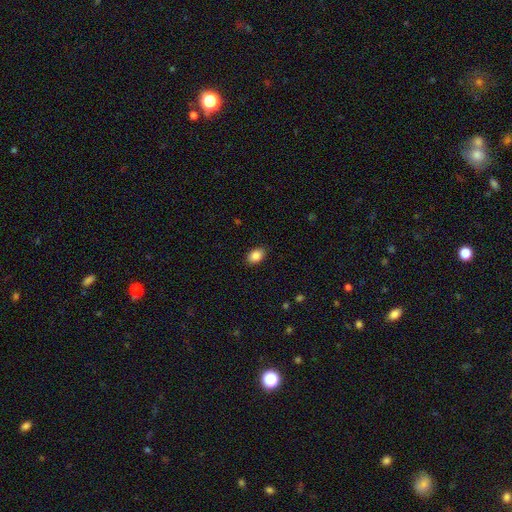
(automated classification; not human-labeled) Overall: smooth (88%). How rounded: in between (83%). Merging: none (88%).